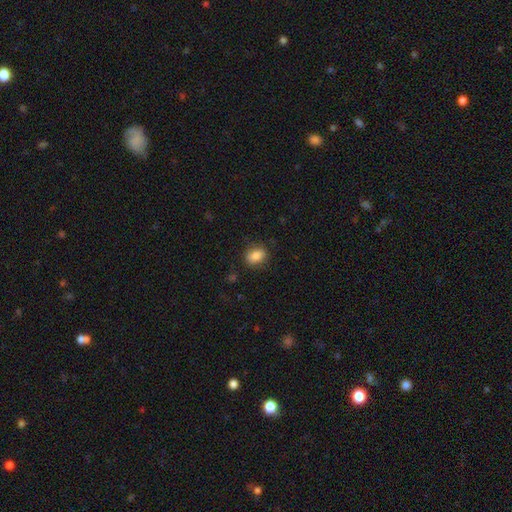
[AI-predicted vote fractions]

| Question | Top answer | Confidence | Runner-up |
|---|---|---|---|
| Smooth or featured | smooth | 84% | star or artifact (9%) |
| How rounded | in between | 66% | round (33%) |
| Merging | none | 83% | minor disturbance (13%) |